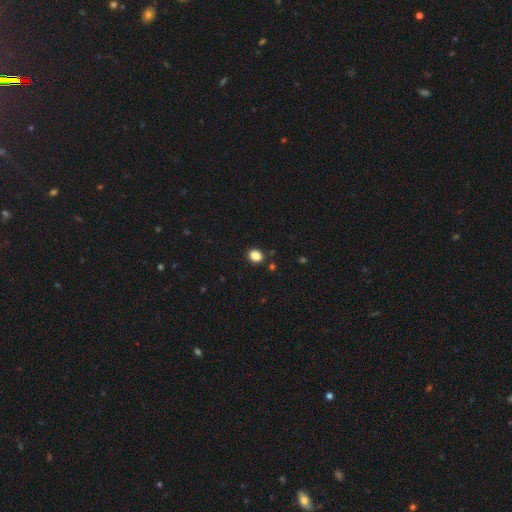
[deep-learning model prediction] A smooth galaxy with no disk features (86%) that is in between round and cigar-shaped (50%). Merging: none (88%).